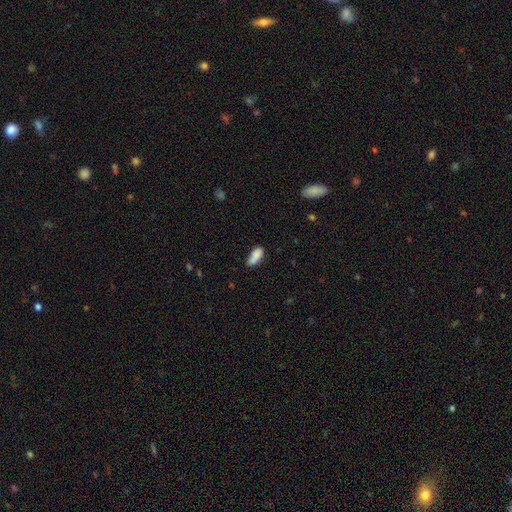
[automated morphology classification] Smooth or featured? Predicted: smooth (p=0.82). How rounded? Predicted: in between (p=0.85). Merging? Predicted: none (p=0.54).